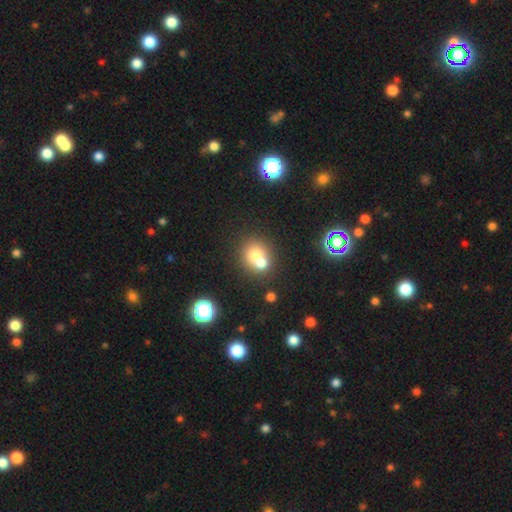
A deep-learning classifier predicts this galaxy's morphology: smooth 67%, featured or disk 20%, star or artifact 13%. Down the decision tree: how rounded — round (79%); merging — merger (58%).